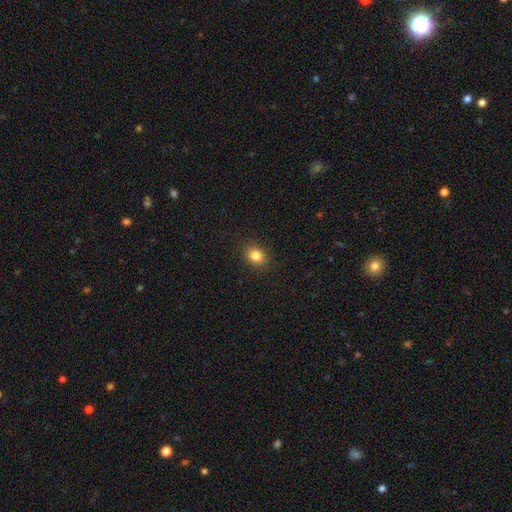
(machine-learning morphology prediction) type=smooth (83%); roundness=round (58%); merging=none (89%).